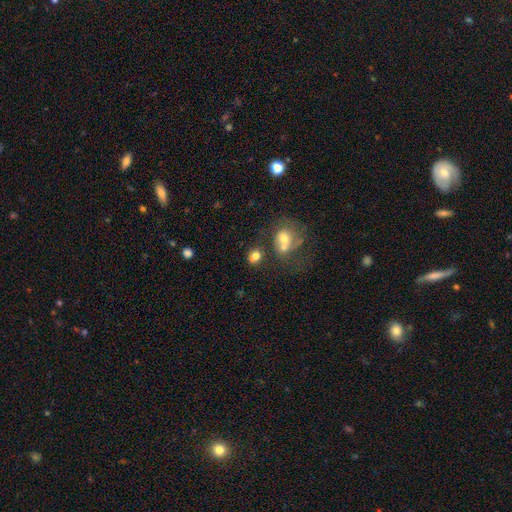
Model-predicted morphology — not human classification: A smooth galaxy with no disk features (75%) that is round (52%).

Vote fractions:
- Smooth or featured? smooth: 75% / featured or disk: 13% / star or artifact: 12%
- How rounded? round: 52% / in between: 46% / cigar-shaped: 1%
- Merging? none: 50% / merger: 31% / minor disturbance: 13% / major disturbance: 6%